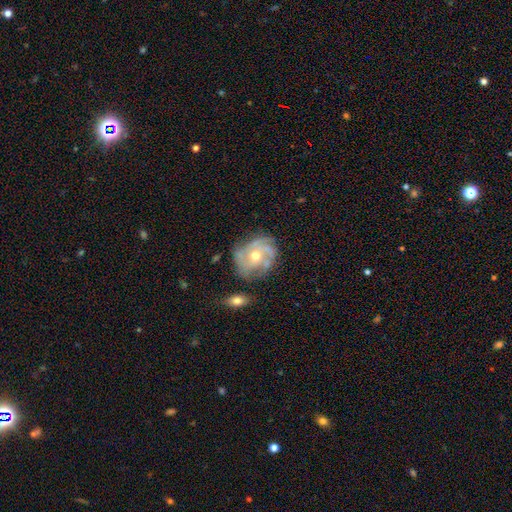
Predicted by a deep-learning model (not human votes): Morphology: type=featured or disk (78%); edge-on=no (97%); bar=no (76%); spiral arms=yes (88%); winding=tight (48%); arm count=3 (33%); bulge=moderate (62%); merging=none (64%).